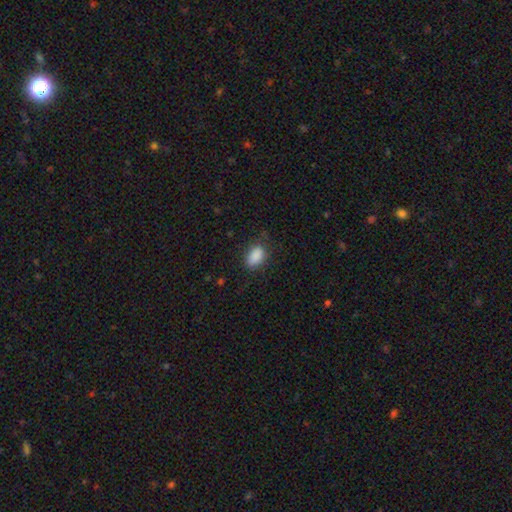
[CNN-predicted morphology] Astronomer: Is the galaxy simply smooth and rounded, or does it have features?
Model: smooth — 88%.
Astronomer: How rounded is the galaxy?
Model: in between — 89%.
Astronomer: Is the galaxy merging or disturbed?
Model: none — 78%.